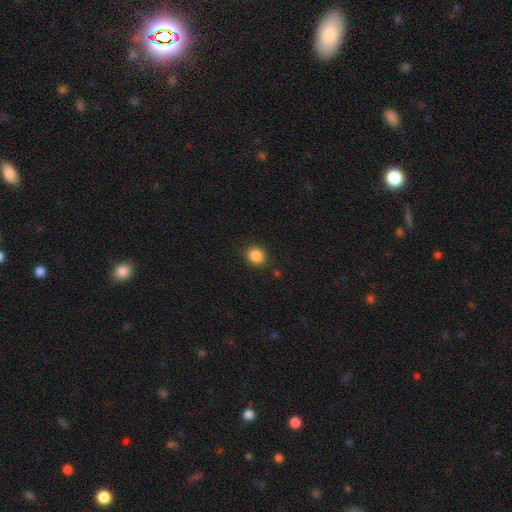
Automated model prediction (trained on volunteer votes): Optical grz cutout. It shows a smooth galaxy with no disk features (86%) that is round (75%). Merging: none (88%).